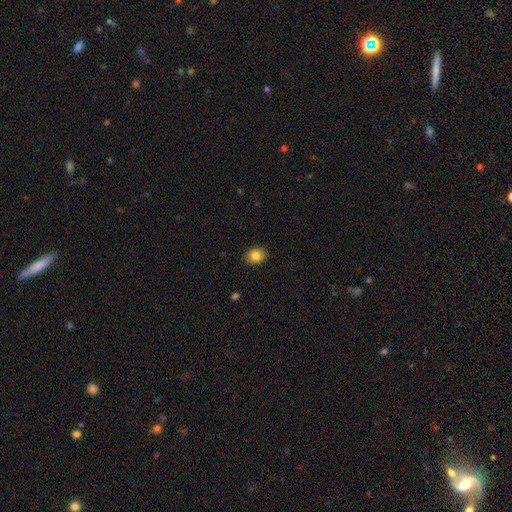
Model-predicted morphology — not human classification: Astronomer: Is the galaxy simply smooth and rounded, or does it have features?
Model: smooth — 83%.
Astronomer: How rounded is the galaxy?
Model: round — 54% (runner-up: in between, 45%).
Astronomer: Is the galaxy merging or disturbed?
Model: none — 90%.